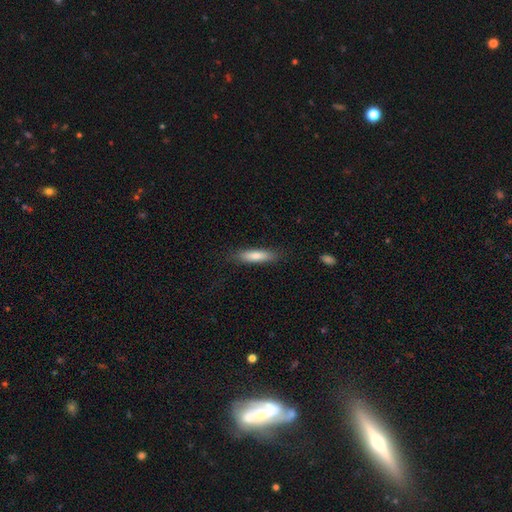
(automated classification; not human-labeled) Morphology: type=smooth (79%); roundness=cigar-shaped (72%); merging=none (85%).